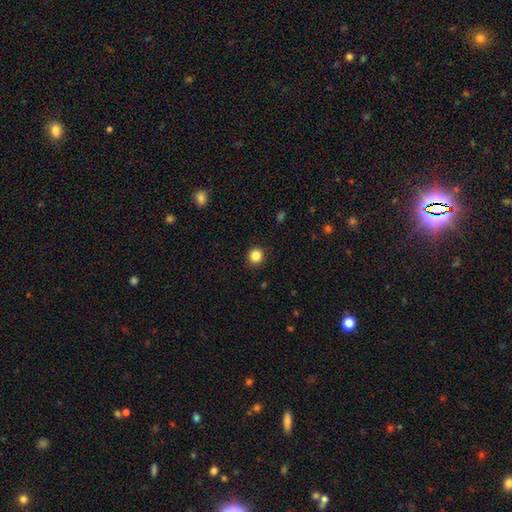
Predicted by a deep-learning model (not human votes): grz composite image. It shows a smooth galaxy with no disk features (85%) that is round (90%). Merging: none (92%).